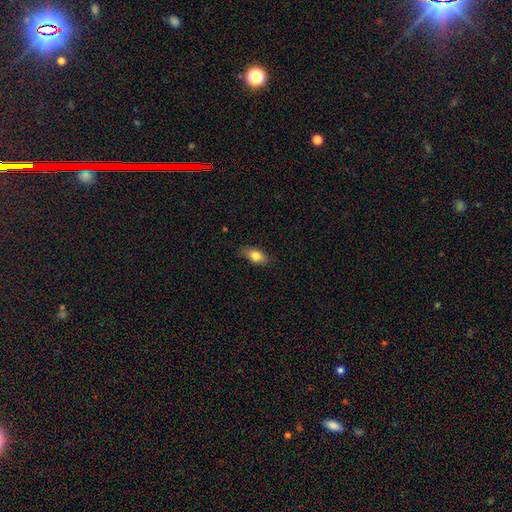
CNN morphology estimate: Q: Smooth or featured?
A: smooth (80%); runner-up: featured or disk (12%)
Q: How rounded?
A: in between (84%); runner-up: round (9%)
Q: Merging?
A: none (79%); runner-up: minor disturbance (17%)